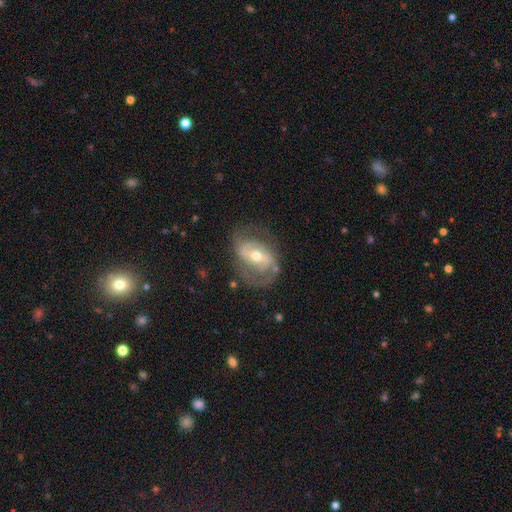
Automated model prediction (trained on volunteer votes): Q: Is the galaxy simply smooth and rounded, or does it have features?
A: featured or disk — 77%.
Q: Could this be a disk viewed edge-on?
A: no — 96%.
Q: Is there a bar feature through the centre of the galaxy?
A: weak — 38%.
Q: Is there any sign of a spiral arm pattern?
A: yes — 79%.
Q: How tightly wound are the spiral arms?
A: medium — 44%.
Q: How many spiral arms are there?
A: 2 — 75%.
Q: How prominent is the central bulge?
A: moderate — 63%.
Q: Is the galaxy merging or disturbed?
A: none — 62%.